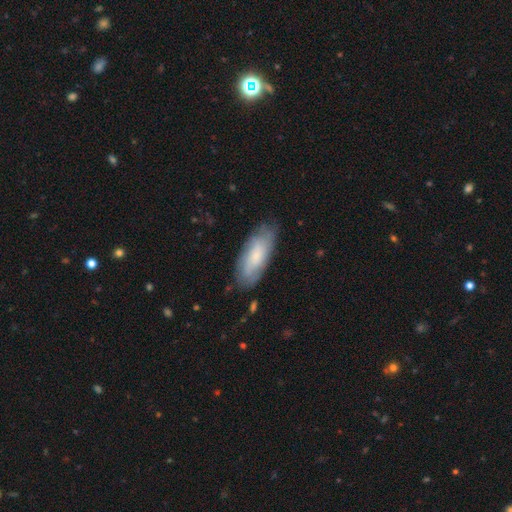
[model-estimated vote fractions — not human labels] This appears to be a smooth galaxy with no disk features (58%) that is in between round and cigar-shaped (75%). Merging: none (77%).